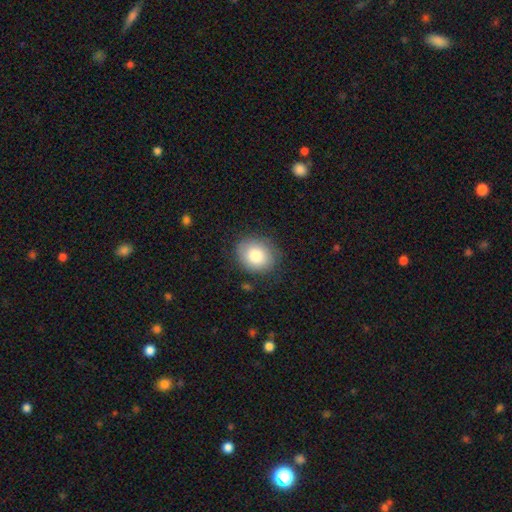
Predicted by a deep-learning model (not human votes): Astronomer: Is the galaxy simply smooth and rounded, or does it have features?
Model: smooth — 82%.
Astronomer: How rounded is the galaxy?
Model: round — 70%.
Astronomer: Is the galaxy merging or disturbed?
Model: none — 81%.